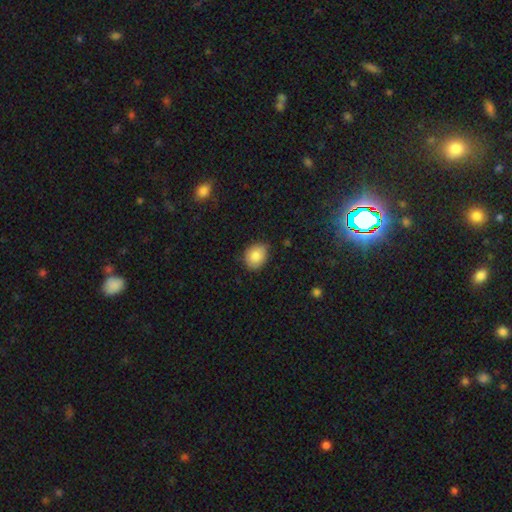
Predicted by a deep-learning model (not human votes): This appears to be a smooth galaxy with no disk features (84%) that is in between round and cigar-shaped (50%). Merging: none (76%).